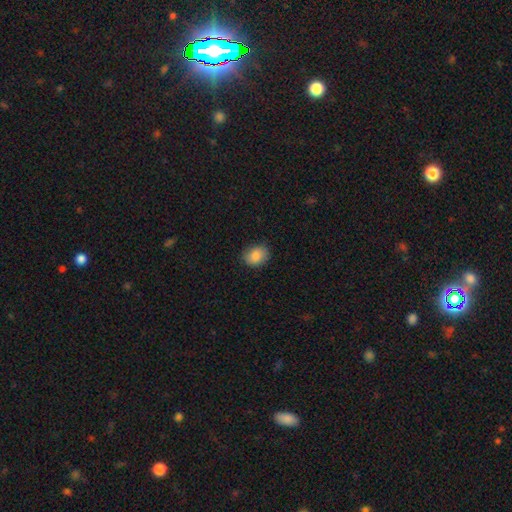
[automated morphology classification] This is clearly a smooth galaxy (87%). How rounded: possibly in between (59%). Merging: clearly none (83%).